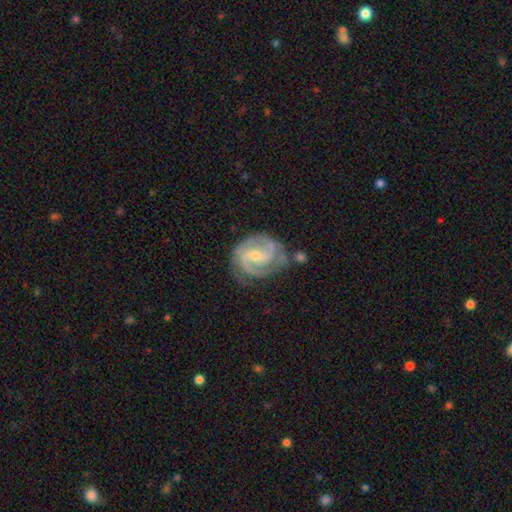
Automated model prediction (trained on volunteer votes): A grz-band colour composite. It shows a featured or disk galaxy (89%) with a weak bar (53%), 2 (72%) tight (48%) spiral arms (98%) and a small central bulge (55%). Merging: none (63%).